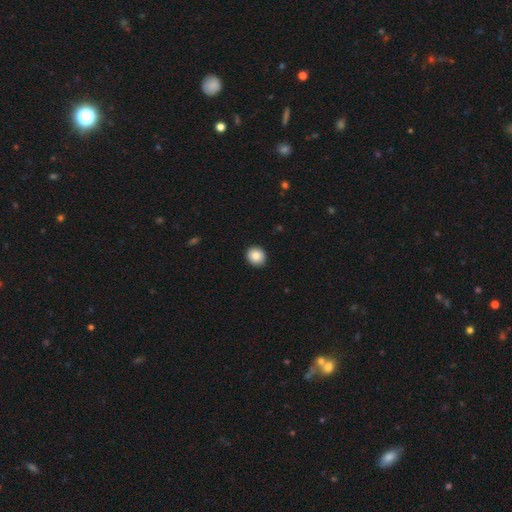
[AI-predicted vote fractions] Smooth or featured?
  - smooth: 84% *
  - star or artifact: 9%
  - featured or disk: 7%
How rounded?
  - round: 81% *
  - in between: 18%
  - cigar-shaped: 1%
Merging?
  - none: 91% *
  - minor disturbance: 6%
  - major disturbance: 2%
  - merger: 1%